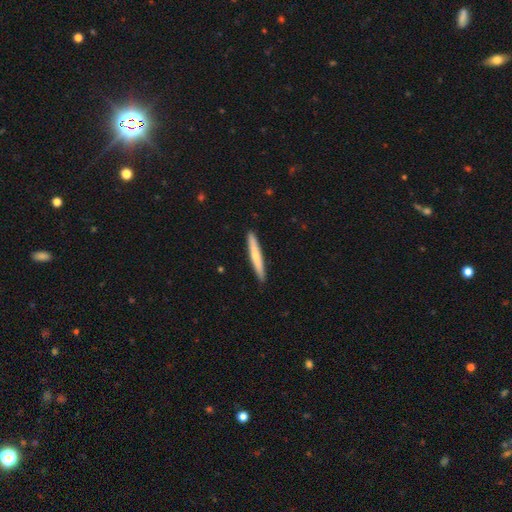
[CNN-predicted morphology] This is likely a smooth galaxy (63%). How rounded: clearly cigar-shaped (95%). Merging: clearly none (91%).